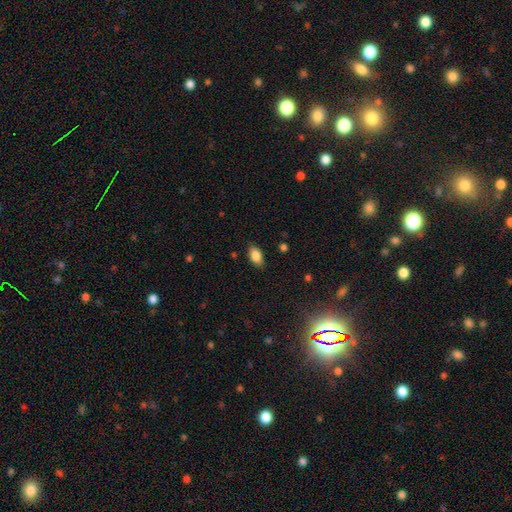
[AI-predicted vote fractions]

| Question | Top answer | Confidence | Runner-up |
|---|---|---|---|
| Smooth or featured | smooth | 85% | star or artifact (8%) |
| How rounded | in between | 90% | round (7%) |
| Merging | none | 84% | minor disturbance (12%) |